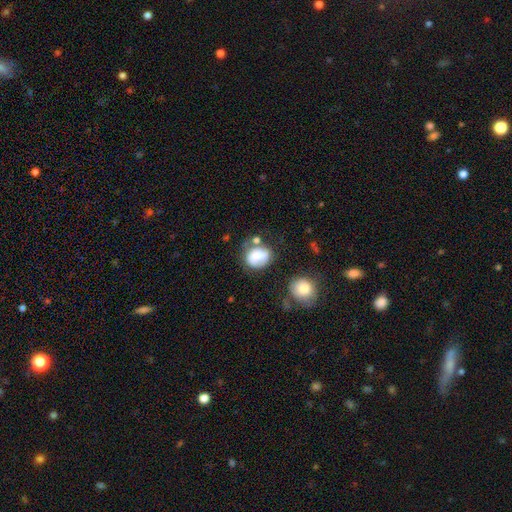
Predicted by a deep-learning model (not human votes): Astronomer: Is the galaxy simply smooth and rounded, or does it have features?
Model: smooth — 65%.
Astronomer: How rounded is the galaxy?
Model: round — 53% (runner-up: in between, 46%).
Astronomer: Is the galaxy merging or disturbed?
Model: none — 45% (runner-up: minor disturbance, 26%).